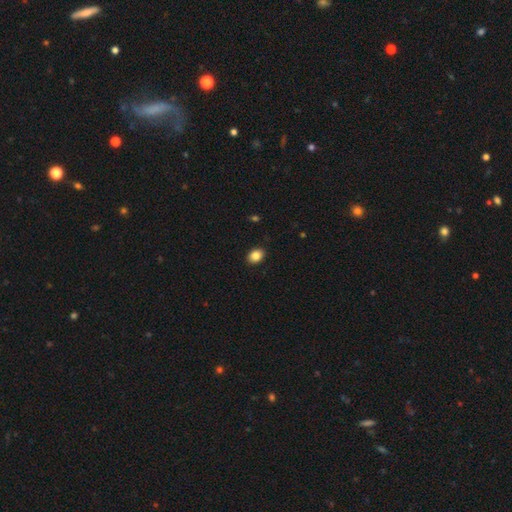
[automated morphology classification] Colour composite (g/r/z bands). It shows a smooth galaxy with no disk features (86%) that is in between round and cigar-shaped (72%). Merging: none (90%).